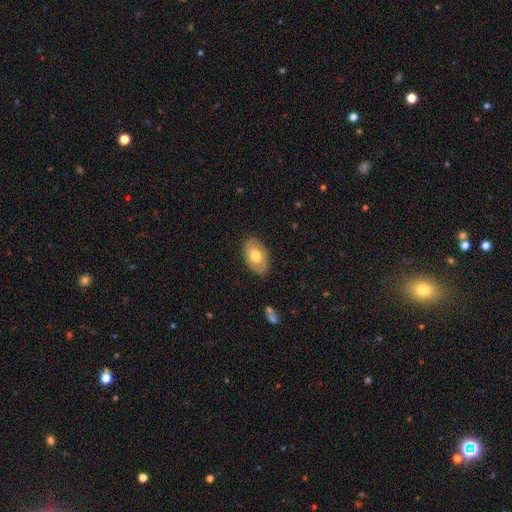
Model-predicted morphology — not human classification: Smooth or featured? Predicted: smooth (p=0.61). How rounded? Predicted: in between (p=0.88). Merging? Predicted: none (p=0.84).